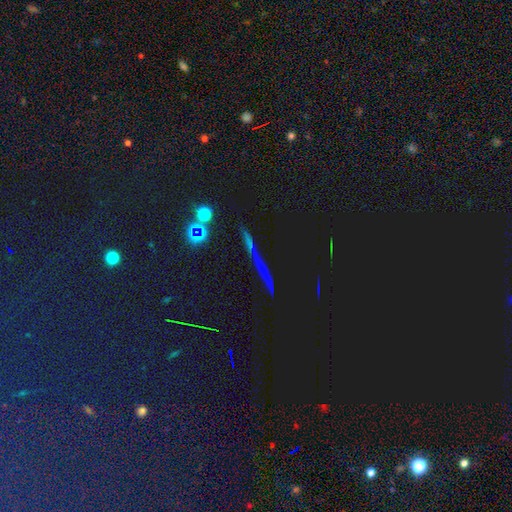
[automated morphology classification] Smooth or featured? Predicted: star or artifact (p=0.67).